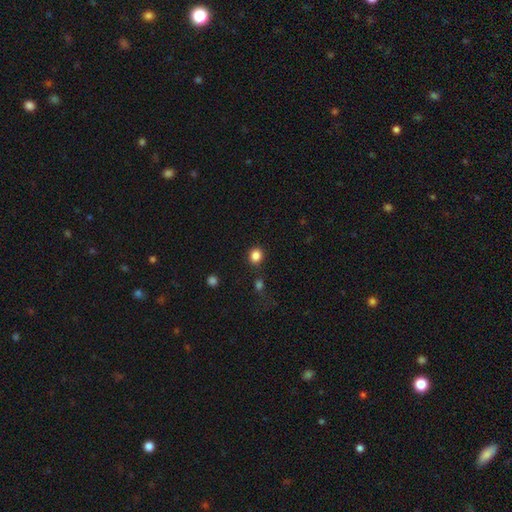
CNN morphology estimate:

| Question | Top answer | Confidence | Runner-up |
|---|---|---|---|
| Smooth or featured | smooth | 85% | star or artifact (11%) |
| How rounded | round | 83% | in between (16%) |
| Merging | none | 84% | minor disturbance (8%) |